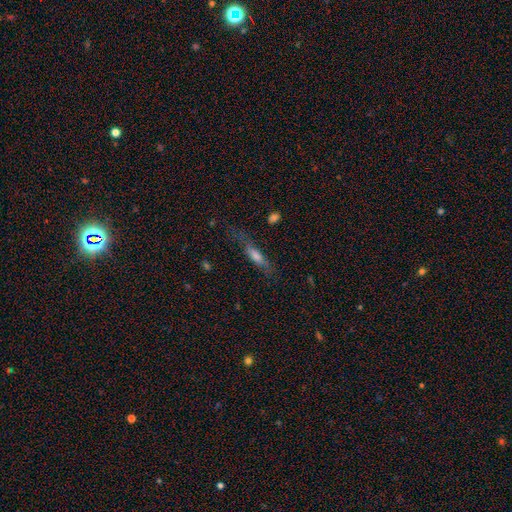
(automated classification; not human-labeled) Smooth or featured?
  - smooth: 51% *
  - featured or disk: 39%
  - star or artifact: 10%
How rounded?
  - cigar-shaped: 76% *
  - in between: 21%
  - round: 2%
Merging?
  - none: 64% *
  - minor disturbance: 21%
  - major disturbance: 12%
  - merger: 2%